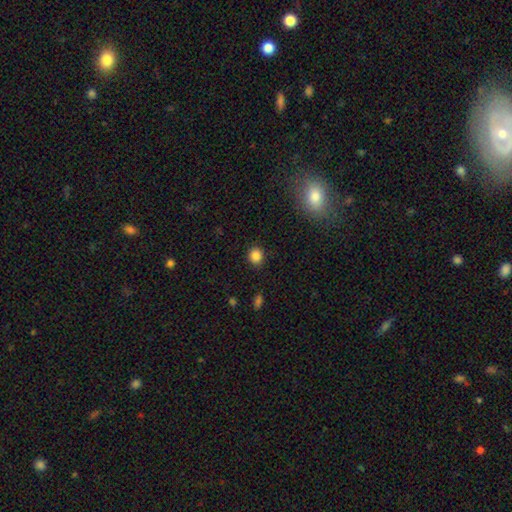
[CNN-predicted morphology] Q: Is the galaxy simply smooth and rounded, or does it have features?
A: smooth — 85%.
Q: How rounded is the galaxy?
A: round — 82%.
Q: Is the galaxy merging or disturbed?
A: none — 89%.